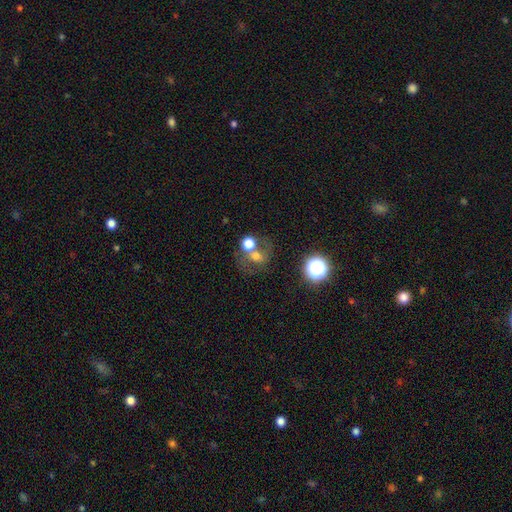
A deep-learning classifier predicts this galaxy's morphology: Smooth or featured?
  - smooth: 56% *
  - featured or disk: 27%
  - star or artifact: 17%
How rounded?
  - round: 67% *
  - in between: 32%
  - cigar-shaped: 1%
Merging?
  - merger: 43% *
  - none: 36%
  - minor disturbance: 11%
  - major disturbance: 10%